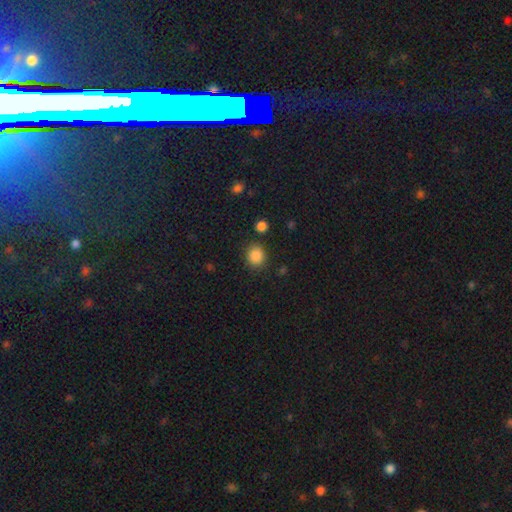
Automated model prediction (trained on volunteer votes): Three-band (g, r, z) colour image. It shows a smooth galaxy with no disk features (87%) that is round (78%). Merging: none (84%).